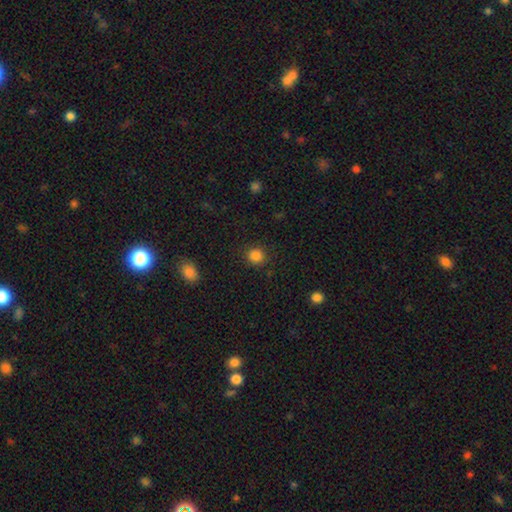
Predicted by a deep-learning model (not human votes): smooth-or-featured: smooth: 85% | star or artifact: 11% | featured or disk: 4%
  how-rounded: round: 88% | in between: 11% | cigar-shaped: 1%
  merging: none: 89% | minor disturbance: 7% | major disturbance: 3% | merger: 1%